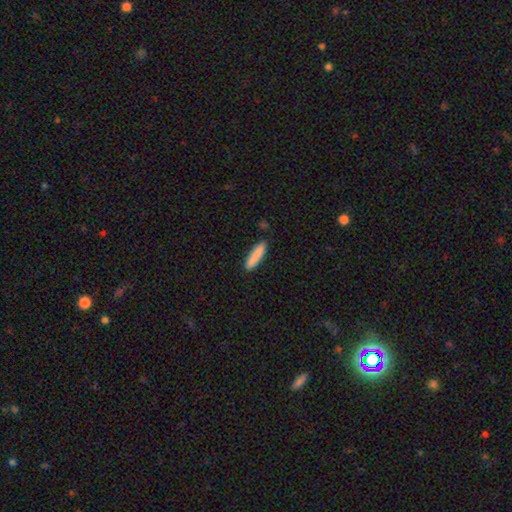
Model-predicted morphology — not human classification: type=smooth (87%); roundness=cigar-shaped (82%); merging=none (88%).